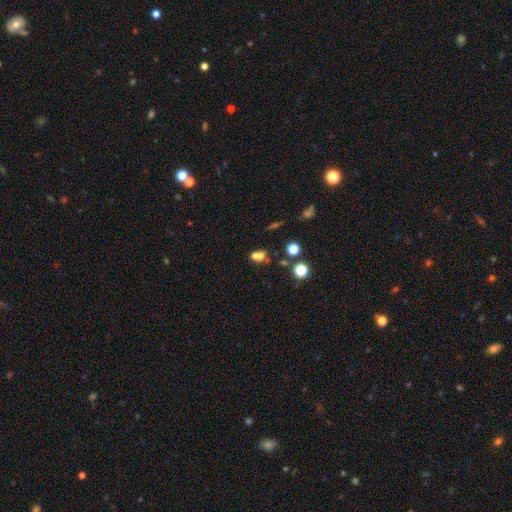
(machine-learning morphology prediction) smooth-or-featured: smooth: 61% | star or artifact: 22% | featured or disk: 17%
  how-rounded: round: 57% | in between: 41% | cigar-shaped: 2%
  merging: merger: 54% | none: 33% | minor disturbance: 8% | major disturbance: 5%